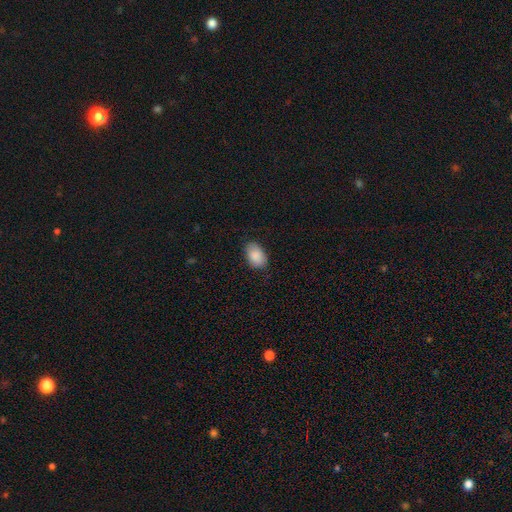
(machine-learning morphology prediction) This is clearly a smooth galaxy (89%). How rounded: clearly in between (91%). Merging: clearly none (83%).